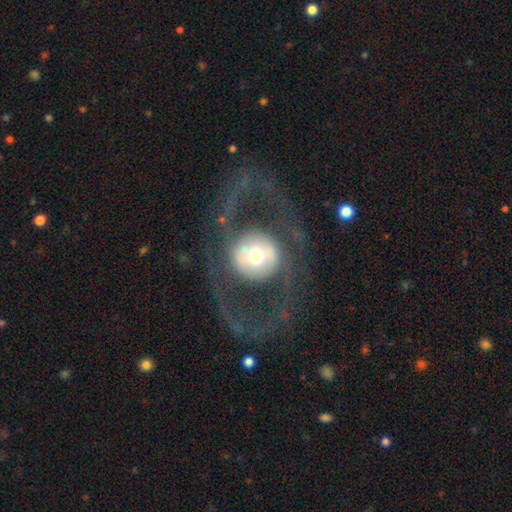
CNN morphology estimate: Smooth or featured?
  - featured or disk: 60% *
  - smooth: 32%
  - star or artifact: 8%
Edge-on disk?
  - no: 94% *
  - yes: 6%
Bar?
  - no: 70% *
  - weak: 19%
  - strong: 11%
Spiral arms?
  - no: 52% *
  - yes: 48%
Bulge size?
  - moderate: 56% *
  - large: 25%
  - small: 11%
  - dominant: 7%
  - none: 1%
Merging?
  - none: 62% *
  - major disturbance: 26%
  - minor disturbance: 10%
  - merger: 2%